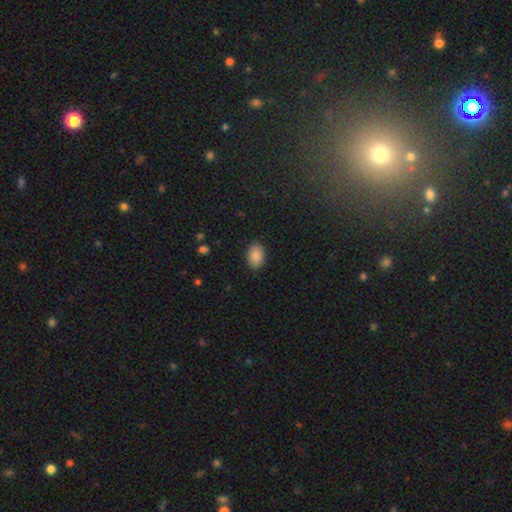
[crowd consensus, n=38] A smooth galaxy with no disk features (100%) that is in between round and cigar-shaped (92%). Merging: none (89%).